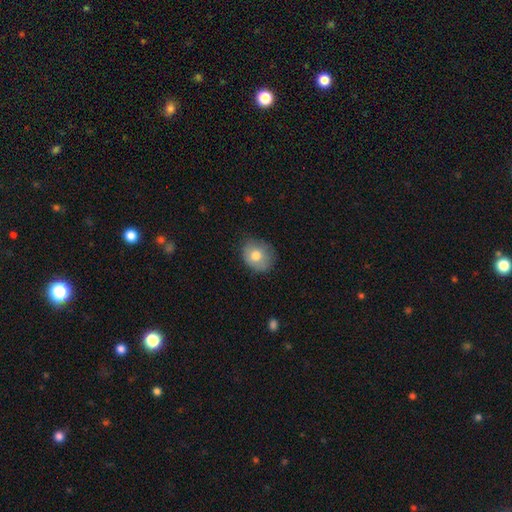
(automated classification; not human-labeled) Overall: smooth (75%). How rounded: round (63%; in between 36%). Merging: none (72%).